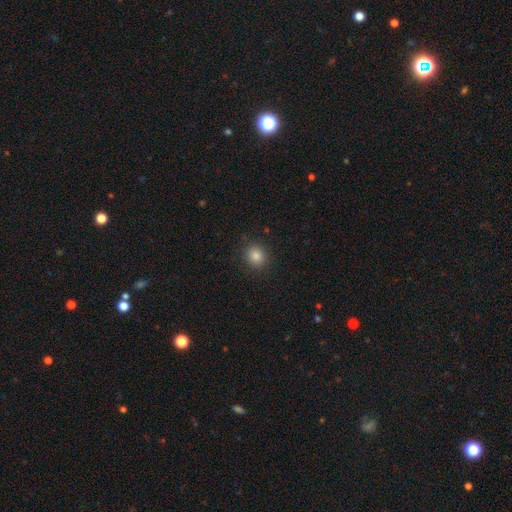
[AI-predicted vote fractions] smooth-or-featured: smooth: 83% | star or artifact: 12% | featured or disk: 5%
  how-rounded: round: 84% | in between: 15% | cigar-shaped: 1%
  merging: none: 90% | minor disturbance: 7% | major disturbance: 2% | merger: 1%